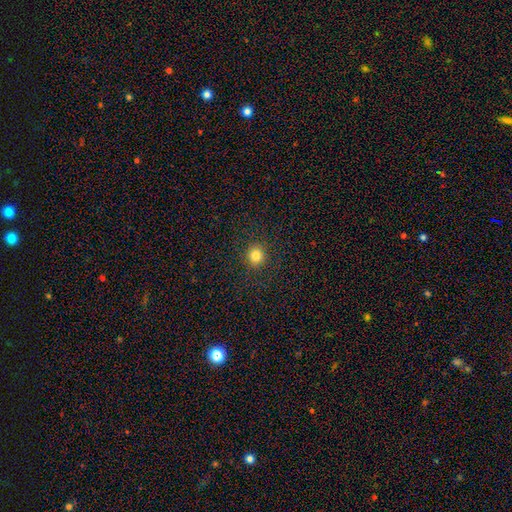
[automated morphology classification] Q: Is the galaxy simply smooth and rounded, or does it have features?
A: smooth — 82%.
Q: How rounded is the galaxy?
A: round — 91%.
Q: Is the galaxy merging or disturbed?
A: none — 91%.